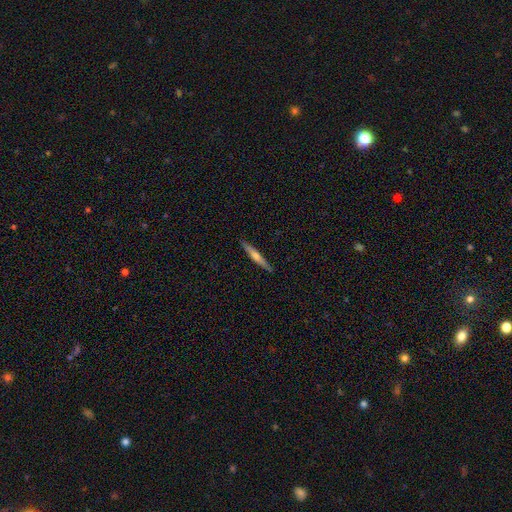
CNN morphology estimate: Smooth or featured?
  - featured or disk: 52% *
  - smooth: 42%
  - star or artifact: 6%
Edge-on disk?
  - yes: 96% *
  - no: 4%
Edge-on bulge?
  - rounded: 77% *
  - none: 18%
  - boxy: 5%
Merging?
  - none: 90% *
  - minor disturbance: 7%
  - major disturbance: 1%
  - merger: 1%